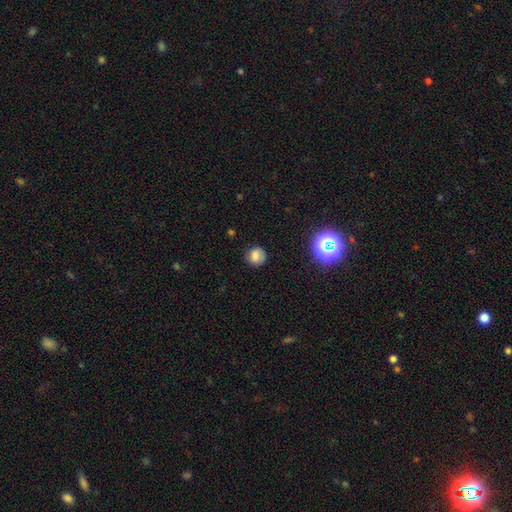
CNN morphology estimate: The model was most divided on "smooth or featured": smooth: 73%, star or artifact: 14%, featured or disk: 14%. More confident: how rounded — round (85%); merging — none (79%).